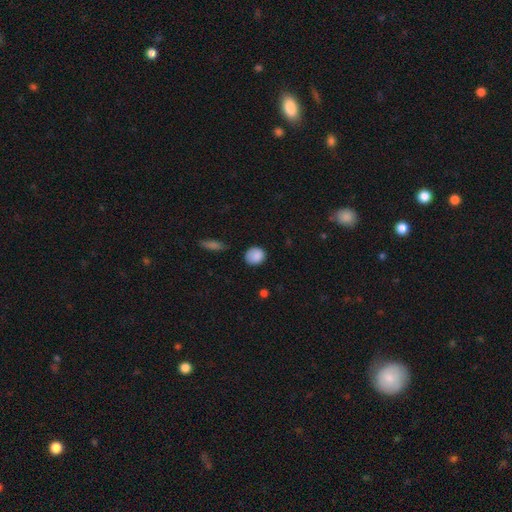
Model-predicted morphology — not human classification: A smooth galaxy with no disk features (87%) that is round (78%).

Vote fractions:
- Smooth or featured? smooth: 87% / star or artifact: 8% / featured or disk: 5%
- How rounded? round: 78% / in between: 21% / cigar-shaped: 1%
- Merging? none: 79% / minor disturbance: 16% / major disturbance: 3% / merger: 2%